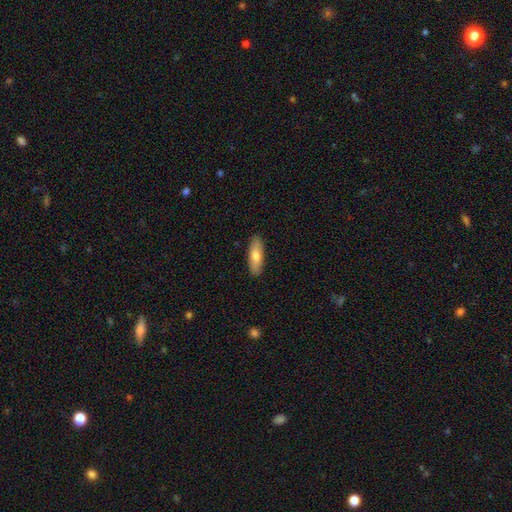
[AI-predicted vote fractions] smooth-or-featured: smooth: 71% | featured or disk: 23% | star or artifact: 6%
  how-rounded: in between: 52% | cigar-shaped: 46% | round: 2%
  merging: none: 90% | minor disturbance: 8% | major disturbance: 2% | merger: 1%